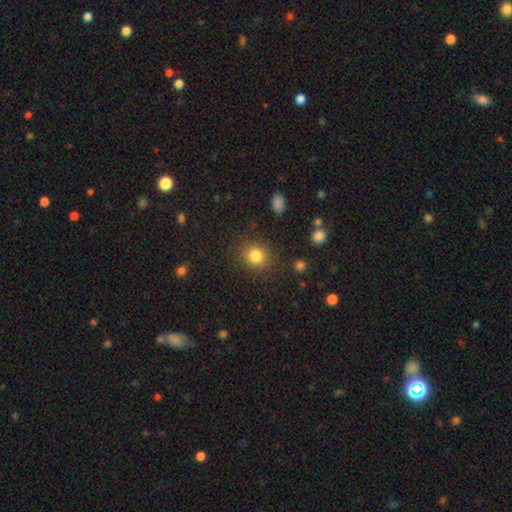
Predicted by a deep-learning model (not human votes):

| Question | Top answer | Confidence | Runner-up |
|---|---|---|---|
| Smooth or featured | smooth | 82% | star or artifact (12%) |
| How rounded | round | 83% | in between (16%) |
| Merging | none | 87% | minor disturbance (8%) |